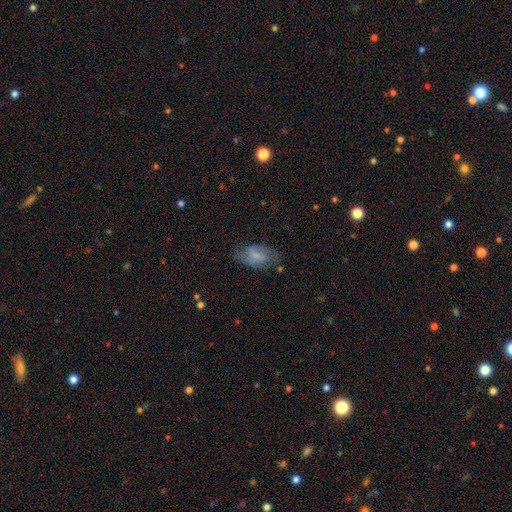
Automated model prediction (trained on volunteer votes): smooth 49%, featured or disk 43%, star or artifact 8%. Down the decision tree: merging — none (60%).